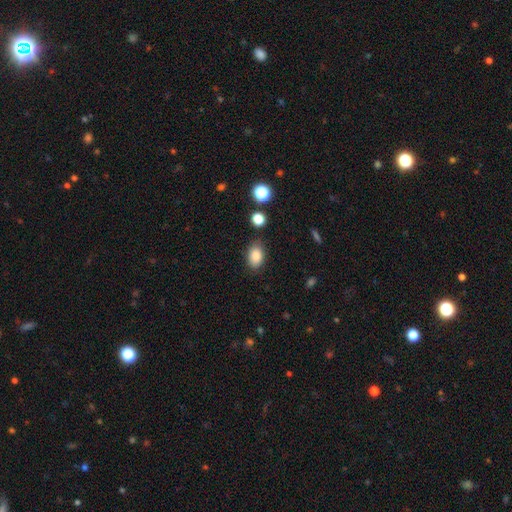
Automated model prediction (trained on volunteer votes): Smooth or featured? Predicted: smooth (p=0.85). How rounded? Predicted: in between (p=0.84). Merging? Predicted: none (p=0.83).